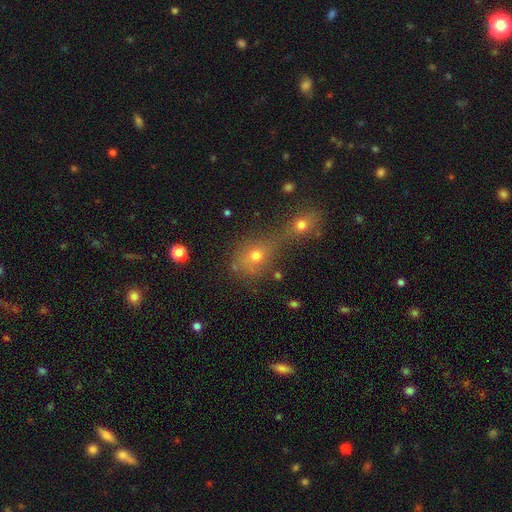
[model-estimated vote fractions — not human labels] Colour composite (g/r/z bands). It shows a smooth galaxy with no disk features (63%) that is round (69%). Merging: merger (57%).